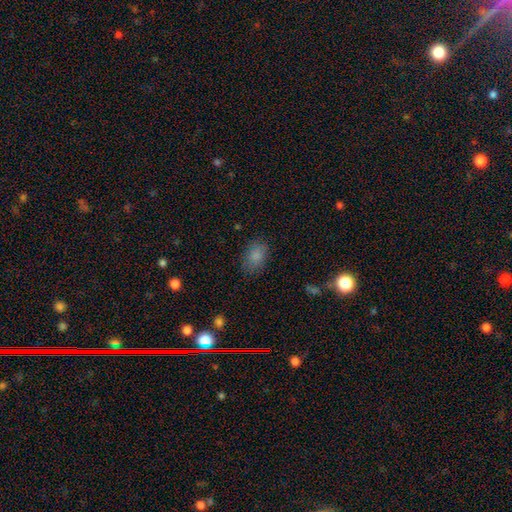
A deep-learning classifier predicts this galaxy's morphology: Smooth or featured?
  - smooth: 84% *
  - star or artifact: 10%
  - featured or disk: 6%
How rounded?
  - in between: 82% *
  - round: 17%
  - cigar-shaped: 1%
Merging?
  - none: 80% *
  - minor disturbance: 15%
  - major disturbance: 4%
  - merger: 1%